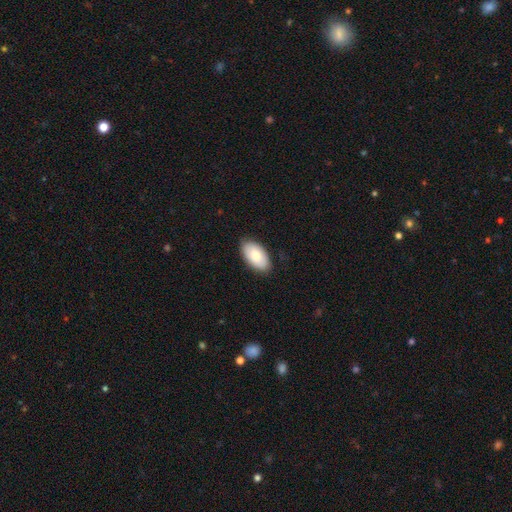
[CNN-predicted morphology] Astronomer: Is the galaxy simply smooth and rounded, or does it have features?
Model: smooth — 78%.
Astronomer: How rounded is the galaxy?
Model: in between — 96%.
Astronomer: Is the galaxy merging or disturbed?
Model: none — 87%.